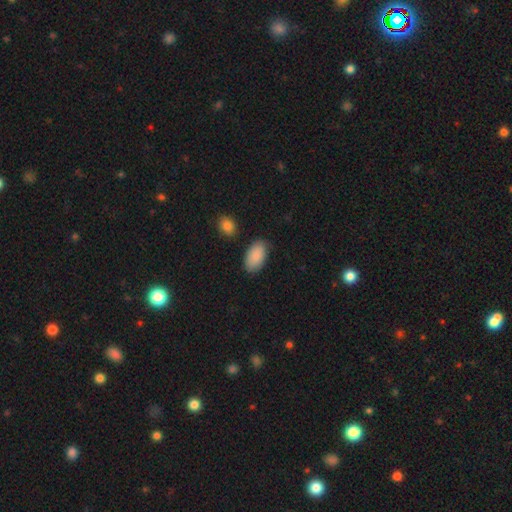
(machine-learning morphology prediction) Smooth or featured: smooth — 90% (star or artifact — 6%)
How rounded: in between — 95% (round — 4%)
Merging: none — 81% (minor disturbance — 13%)